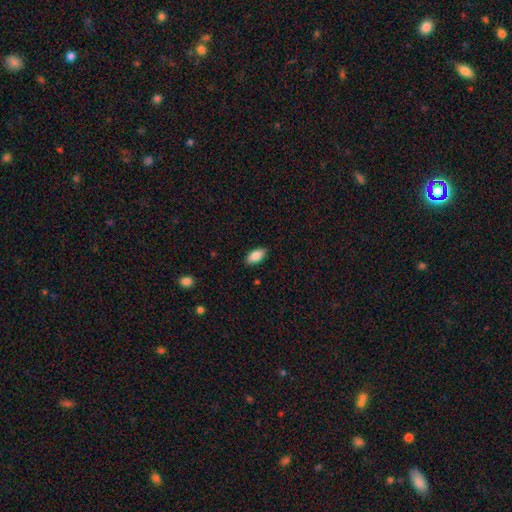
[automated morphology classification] smooth-or-featured: smooth: 85% | featured or disk: 8% | star or artifact: 7%
  how-rounded: in between: 91% | cigar-shaped: 7% | round: 2%
  merging: none: 88% | minor disturbance: 9% | major disturbance: 2% | merger: 1%